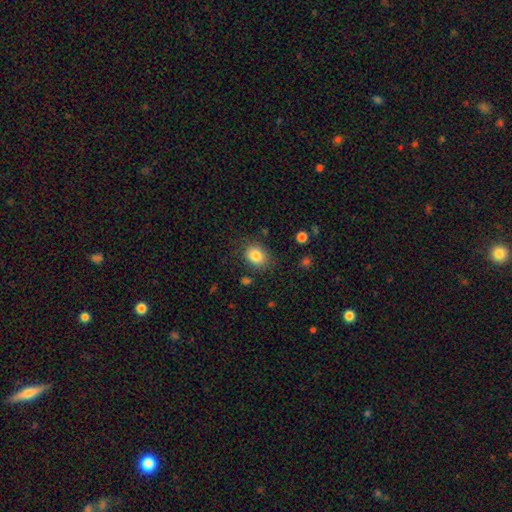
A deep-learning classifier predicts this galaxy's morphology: smooth-or-featured: smooth: 83% | star or artifact: 9% | featured or disk: 7%
  how-rounded: in between: 50% | round: 49% | cigar-shaped: 1%
  merging: none: 79% | minor disturbance: 14% | major disturbance: 4% | merger: 2%